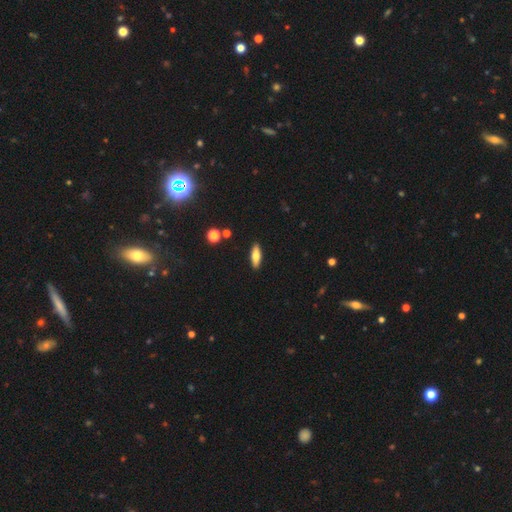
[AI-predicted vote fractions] The model was most divided on "how rounded": in between: 56%, cigar-shaped: 42%, round: 3%. More confident: merging — none (90%); smooth or featured — smooth (69%).